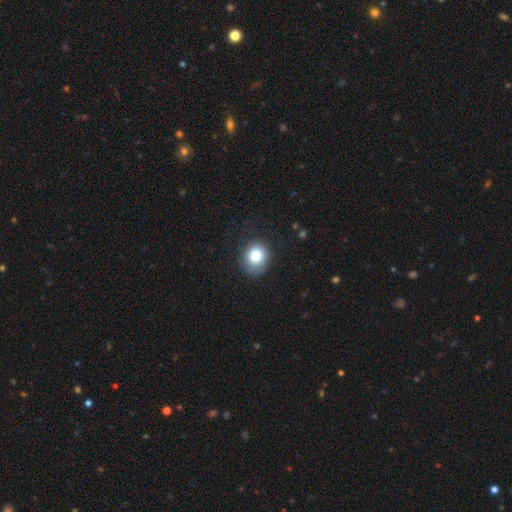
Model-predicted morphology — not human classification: smooth-or-featured: smooth: 84% | star or artifact: 8% | featured or disk: 8%
  how-rounded: round: 76% | in between: 23% | cigar-shaped: 1%
  merging: none: 70% | minor disturbance: 20% | major disturbance: 9% | merger: 1%